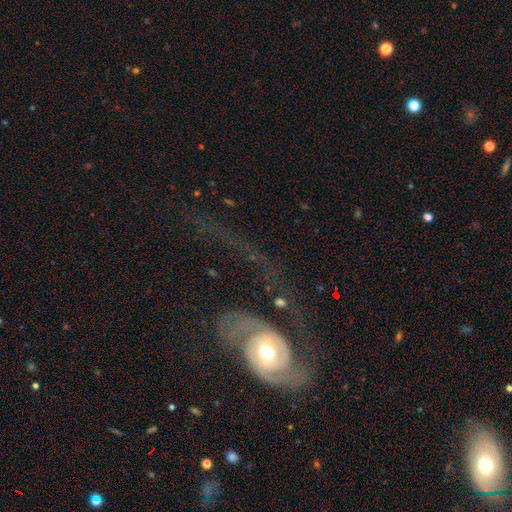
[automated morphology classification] type=featured or disk (83%); edge-on=no (95%); bar=no (63%); spiral arms=yes (88%); winding=medium (38%); arm count=2 (69%); bulge=moderate (70%); merging=major disturbance (43%).